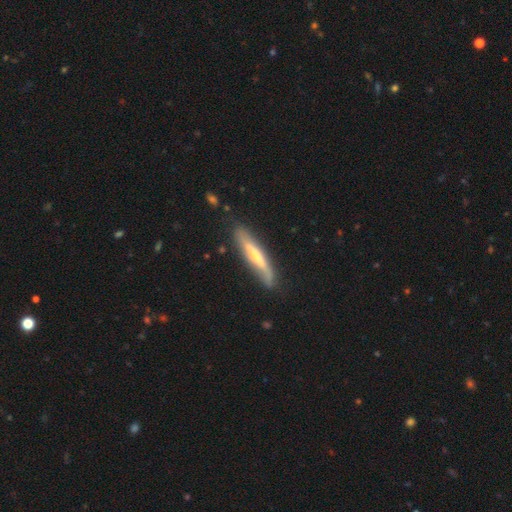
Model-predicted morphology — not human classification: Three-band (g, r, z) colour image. It shows a featured or disk galaxy (51%) viewed edge-on (77%). Merging: none (76%).